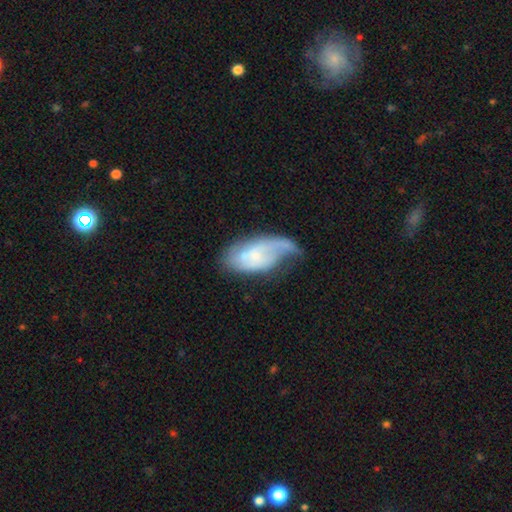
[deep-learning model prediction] Overall: featured or disk (62%; smooth 32%). Edge-on disk: no (95%). Bar: no (63%; weak 31%). Spiral arms: yes (82%). Bulge size: small (58%; moderate 22%). Merging: major disturbance (33%, tied with minor disturbance).